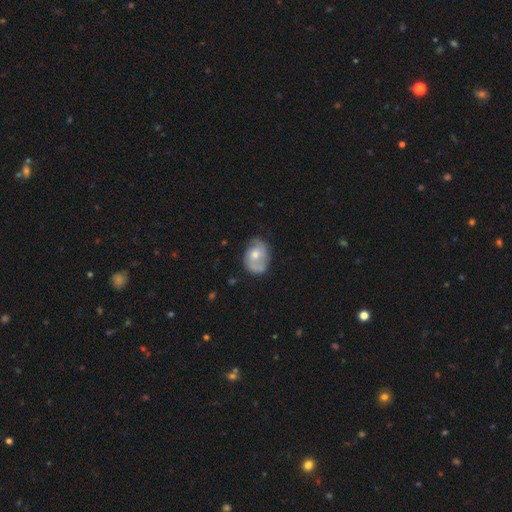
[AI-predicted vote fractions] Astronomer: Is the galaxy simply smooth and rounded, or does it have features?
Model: featured or disk — 51% (runner-up: smooth, 42%).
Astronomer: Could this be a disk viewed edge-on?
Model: no — 96%.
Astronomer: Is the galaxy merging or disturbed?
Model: none — 55%.